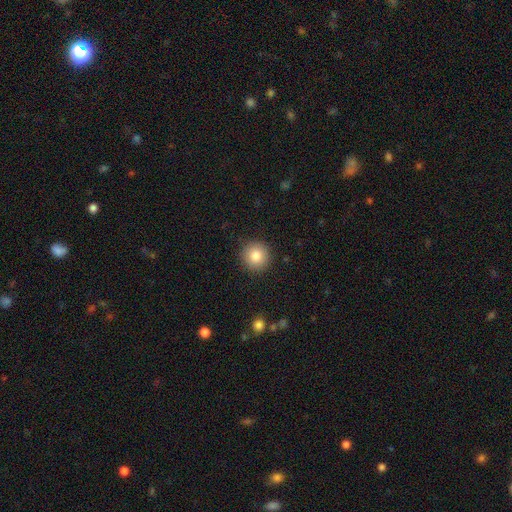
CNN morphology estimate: A smooth galaxy with no disk features (82%) that is round (95%). Merging: none (91%).